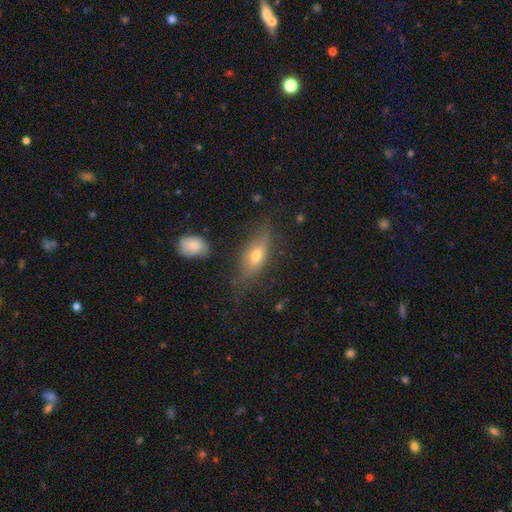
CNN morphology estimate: Smooth or featured? Predicted: smooth (p=0.48). Merging? Predicted: none (p=0.67).